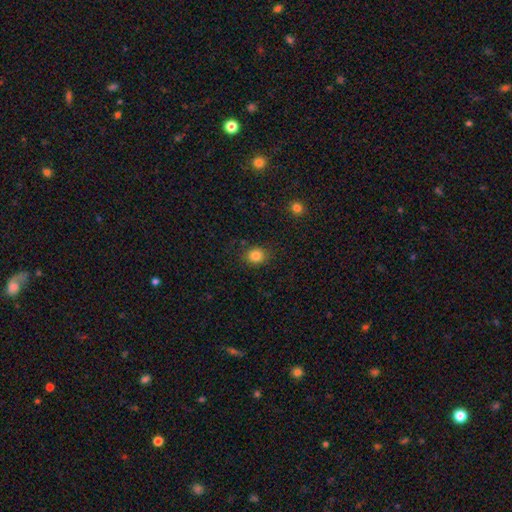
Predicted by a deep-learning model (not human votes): Overall: smooth (84%). How rounded: round (71%). Merging: none (84%).